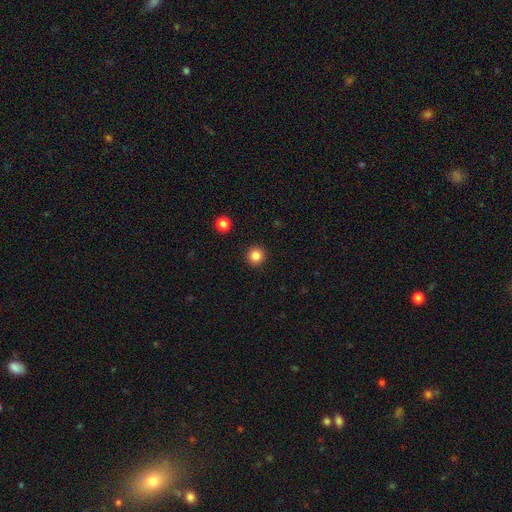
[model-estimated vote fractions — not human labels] Smooth or featured?
  - smooth: 85% *
  - star or artifact: 11%
  - featured or disk: 4%
How rounded?
  - round: 95% *
  - in between: 4%
  - cigar-shaped: 1%
Merging?
  - none: 93% *
  - minor disturbance: 4%
  - major disturbance: 2%
  - merger: 1%